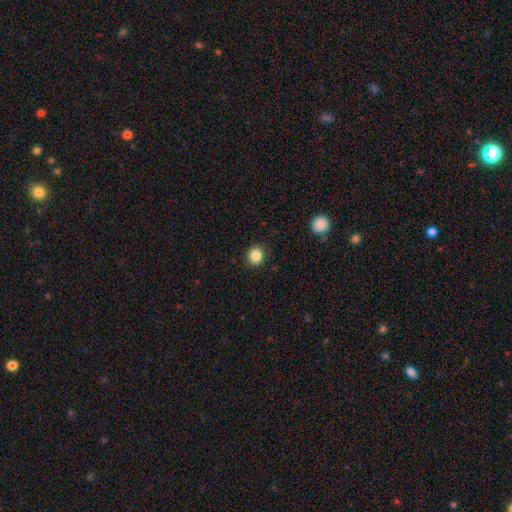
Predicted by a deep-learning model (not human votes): Smooth or featured?
  - smooth: 85% *
  - star or artifact: 10%
  - featured or disk: 5%
How rounded?
  - round: 87% *
  - in between: 13%
  - cigar-shaped: 1%
Merging?
  - none: 89% *
  - minor disturbance: 8%
  - major disturbance: 2%
  - merger: 1%